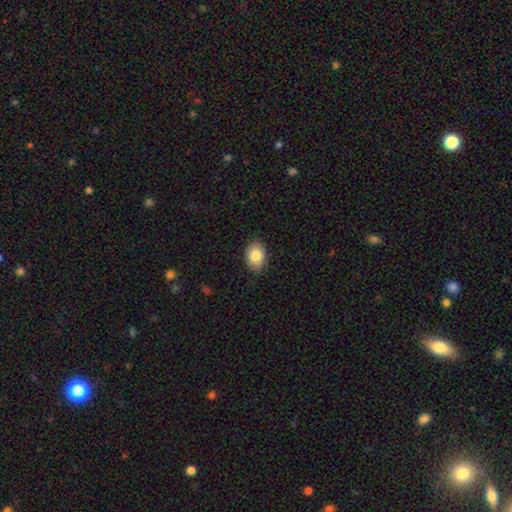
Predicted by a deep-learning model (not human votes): Smooth or featured: smooth — 84% (featured or disk — 8%)
How rounded: in between — 74% (round — 26%)
Merging: none — 86% (minor disturbance — 11%)